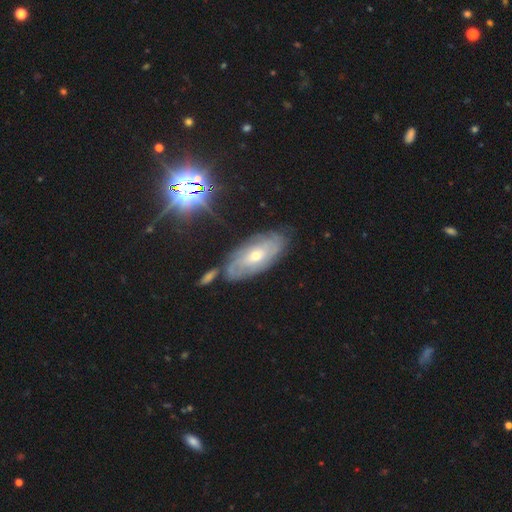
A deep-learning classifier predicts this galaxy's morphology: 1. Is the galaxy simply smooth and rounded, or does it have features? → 67% featured or disk, 20% smooth, 13% star or artifact.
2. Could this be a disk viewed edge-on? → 87% no, 13% yes.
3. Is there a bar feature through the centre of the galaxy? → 65% no, 27% weak, 8% strong.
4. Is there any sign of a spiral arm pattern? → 79% yes, 21% no.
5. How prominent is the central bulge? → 51% small, 45% moderate, 2% large, 1% none, 1% dominant.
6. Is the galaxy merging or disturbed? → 75% none, 16% minor disturbance, 4% major disturbance, 4% merger.